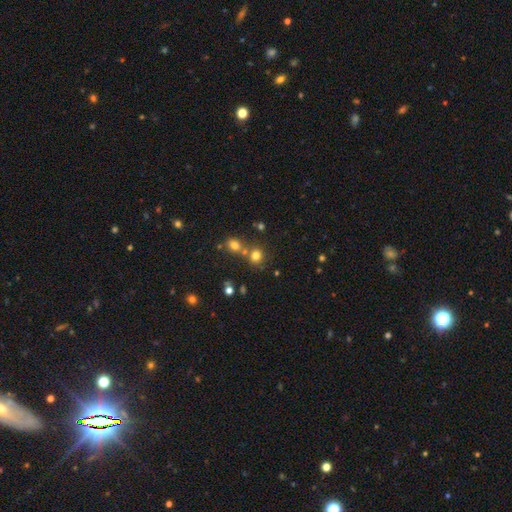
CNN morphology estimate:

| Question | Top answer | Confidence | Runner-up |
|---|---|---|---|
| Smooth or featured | smooth | 74% | star or artifact (18%) |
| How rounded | round | 83% | in between (16%) |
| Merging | none | 58% | merger (31%) |